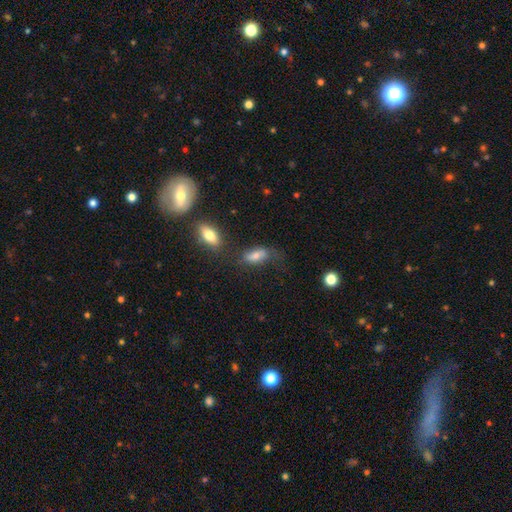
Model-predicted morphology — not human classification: Smooth or featured? Predicted: smooth (p=0.69). How rounded? Predicted: in between (p=0.82). Merging? Predicted: none (p=0.46).